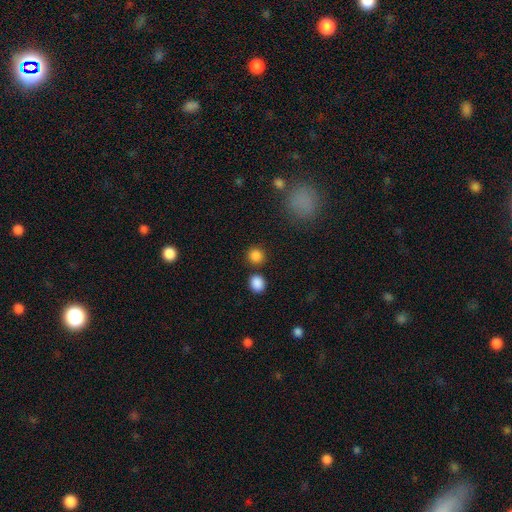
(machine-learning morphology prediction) Smooth or featured: smooth — 85% (star or artifact — 11%)
How rounded: round — 89% (in between — 10%)
Merging: none — 79% (merger — 11%)